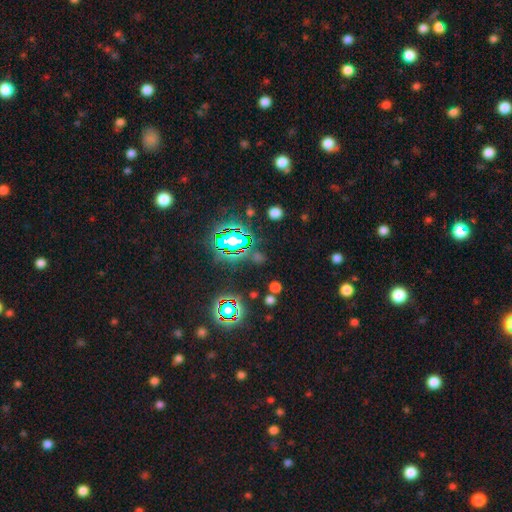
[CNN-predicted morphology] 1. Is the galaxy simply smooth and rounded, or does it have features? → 70% star or artifact, 21% smooth, 9% featured or disk.